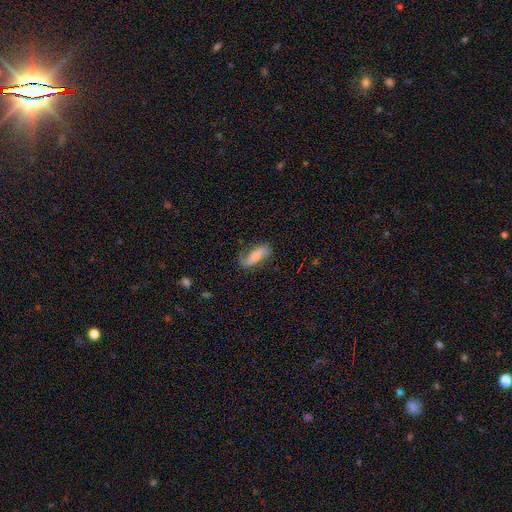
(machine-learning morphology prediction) smooth-or-featured: featured or disk: 54% | smooth: 39% | star or artifact: 7%
  disk-edge-on: no: 88% | yes: 12%
  merging: none: 59% | minor disturbance: 24% | major disturbance: 14% | merger: 2%